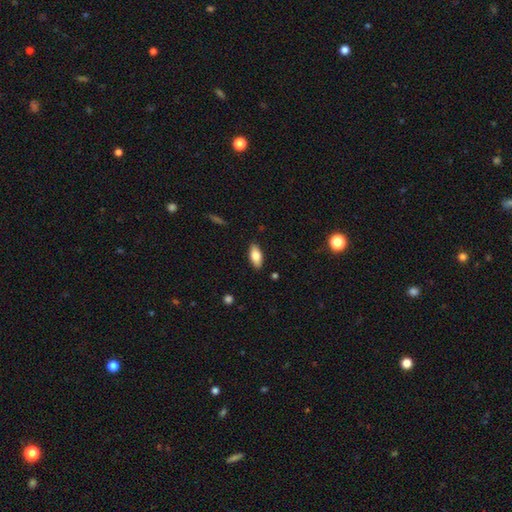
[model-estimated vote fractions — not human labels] smooth_or_featured: smooth (p=0.78) [alt: featured or disk p=0.16]
how_rounded: in between (p=0.85) [alt: cigar-shaped p=0.13]
merging: none (p=0.87) [alt: minor disturbance p=0.10]